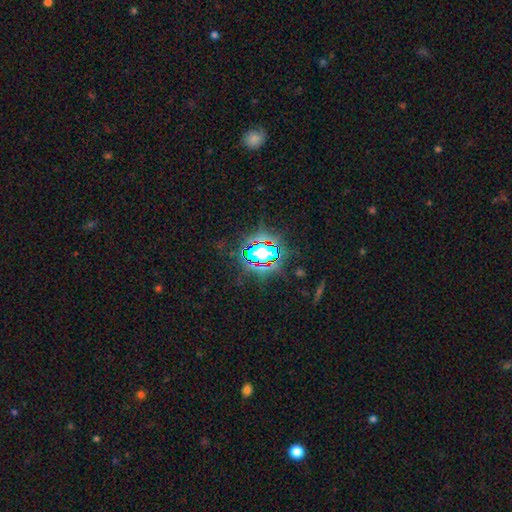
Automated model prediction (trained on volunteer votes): The model was most divided on "smooth or featured": star or artifact: 81%, smooth: 11%, featured or disk: 8%.